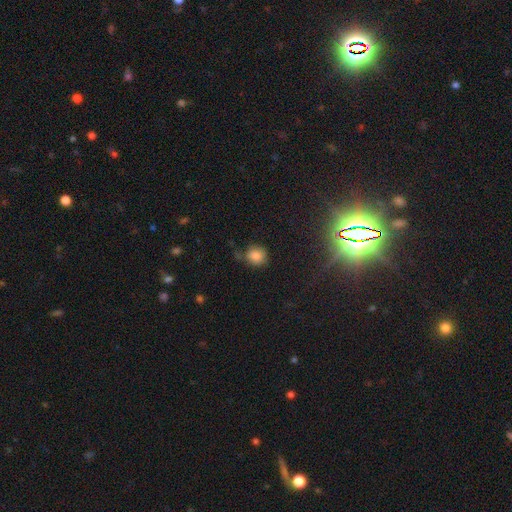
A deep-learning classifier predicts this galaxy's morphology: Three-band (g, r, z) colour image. It shows a smooth galaxy with no disk features (82%) that is round (82%). Merging: none (58%).